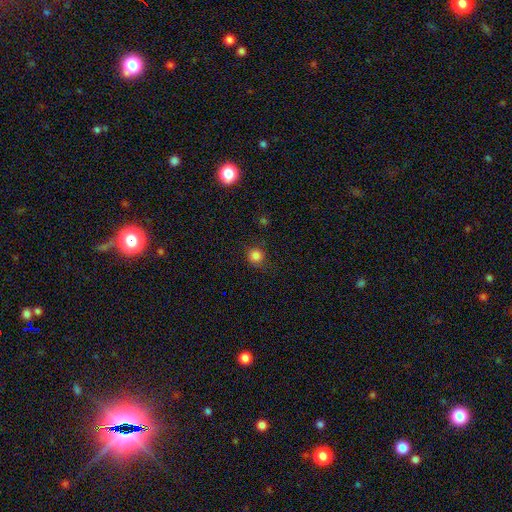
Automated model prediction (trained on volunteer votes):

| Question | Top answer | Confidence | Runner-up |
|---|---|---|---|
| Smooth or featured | smooth | 83% | star or artifact (13%) |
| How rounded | round | 91% | in between (8%) |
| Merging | none | 83% | minor disturbance (12%) |